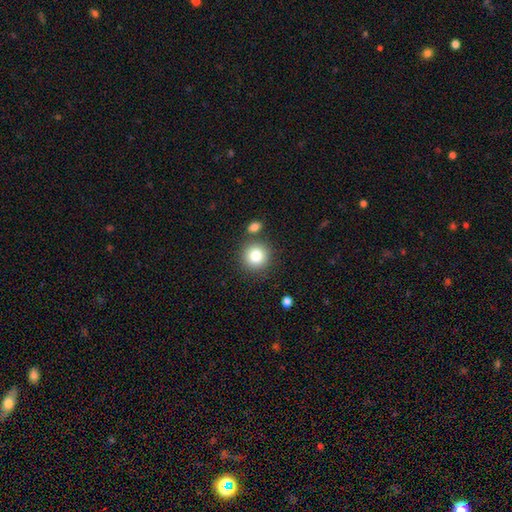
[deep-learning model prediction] smooth 82%, star or artifact 10%, featured or disk 8%. Down the decision tree: how rounded — round (92%); merging — none (78%).